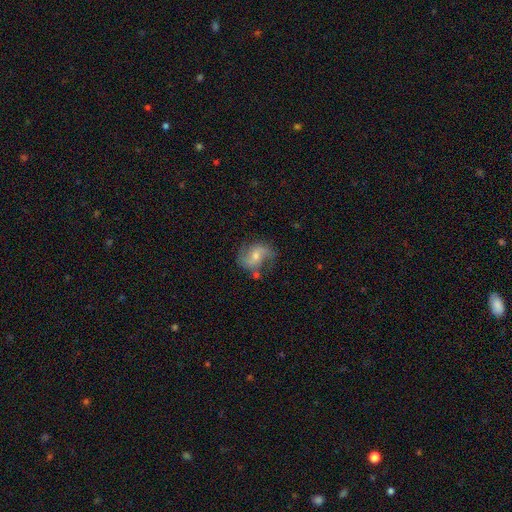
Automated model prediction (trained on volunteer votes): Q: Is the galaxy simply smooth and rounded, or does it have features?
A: featured or disk — 74%.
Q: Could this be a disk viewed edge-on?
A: no — 97%.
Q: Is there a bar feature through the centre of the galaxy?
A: no — 47%.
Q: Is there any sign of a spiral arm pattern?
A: yes — 92%.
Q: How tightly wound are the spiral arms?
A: loose — 45%.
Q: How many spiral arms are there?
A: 2 — 85%.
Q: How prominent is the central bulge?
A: moderate — 51%.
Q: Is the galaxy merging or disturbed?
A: none — 68%.